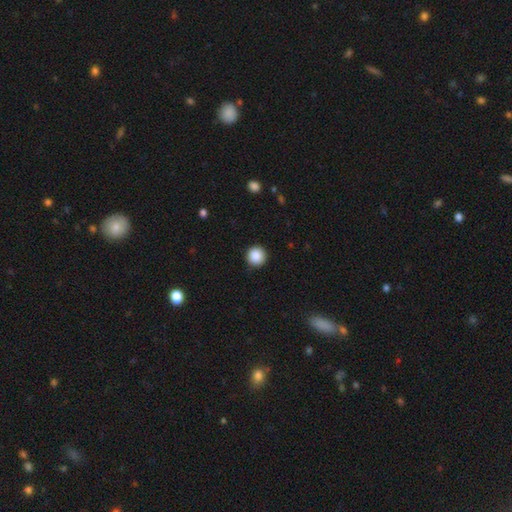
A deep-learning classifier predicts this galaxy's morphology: Smooth or featured? smooth (88%)
How rounded? round (96%)
Merging? none (91%)